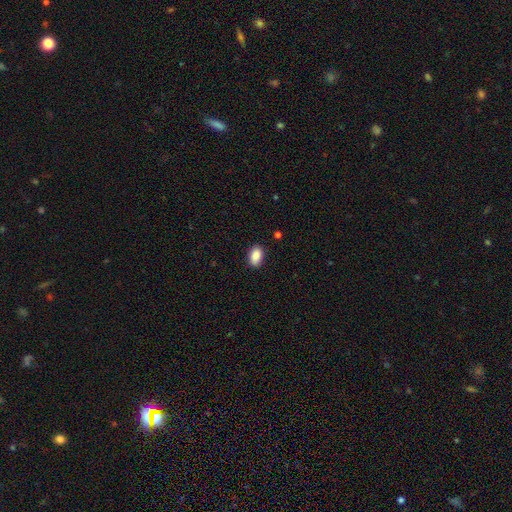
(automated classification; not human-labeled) A smooth galaxy with no disk features (89%) that is in between round and cigar-shaped (89%). Merging: none (87%).